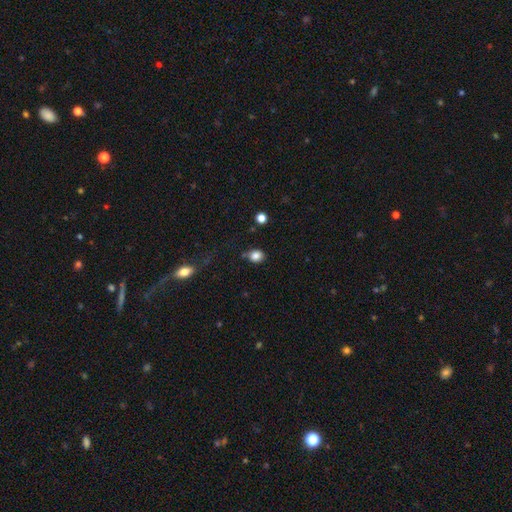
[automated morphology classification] smooth_or_featured: smooth (p=0.84) [alt: star or artifact p=0.11]
how_rounded: round (p=0.58) [alt: in between p=0.41]
merging: none (p=0.75) [alt: minor disturbance p=0.17]